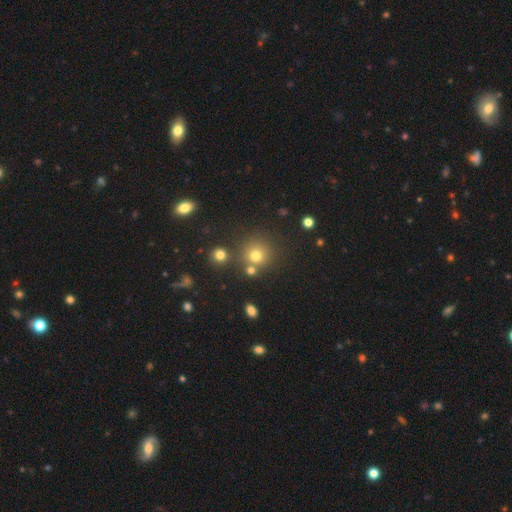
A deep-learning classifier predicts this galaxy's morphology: A smooth galaxy with no disk features (75%) that is round (90%).

Vote fractions:
- Smooth or featured? smooth: 75% / star or artifact: 17% / featured or disk: 8%
- How rounded? round: 90% / in between: 9% / cigar-shaped: 1%
- Merging? none: 72% / merger: 14% / minor disturbance: 9% / major disturbance: 4%